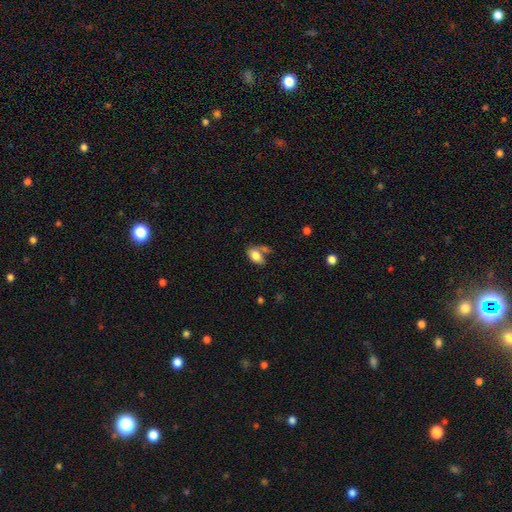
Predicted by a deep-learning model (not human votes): Overall: smooth (81%). How rounded: in between (90%). Merging: none (49%; merger 25%).